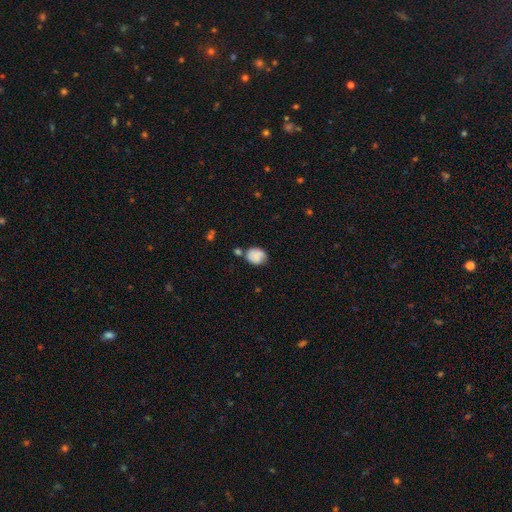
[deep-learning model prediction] A smooth galaxy with no disk features (73%) that is in between round and cigar-shaped (51%). Merging: none (51%).